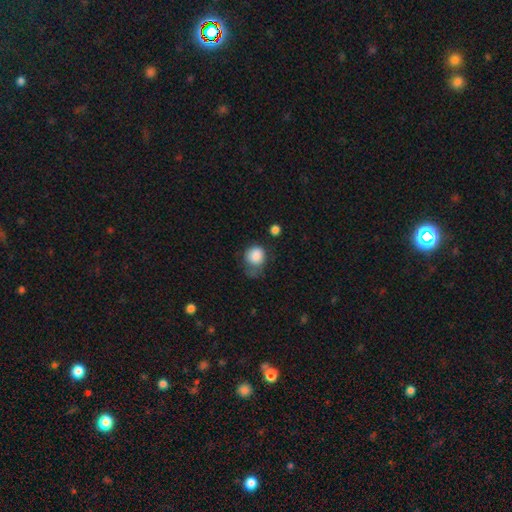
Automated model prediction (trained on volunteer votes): This is clearly a smooth galaxy (85%). How rounded: likely round (72%). Merging: marginally none (39%).